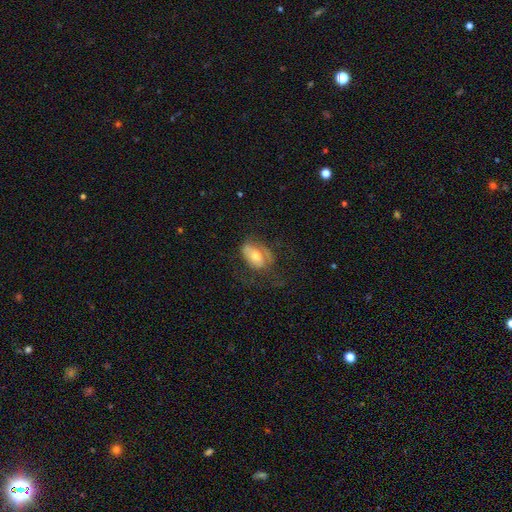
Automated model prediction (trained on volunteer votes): Overall: featured or disk (46%, tied with smooth). Merging: none (48%; major disturbance 27%).